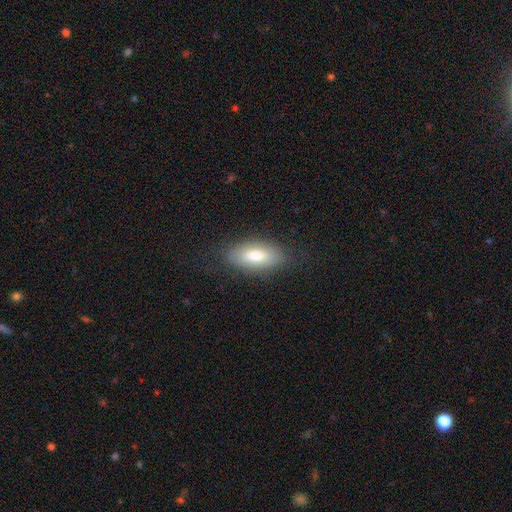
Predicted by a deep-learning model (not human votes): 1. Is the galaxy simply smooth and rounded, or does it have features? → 75% smooth, 18% featured or disk, 7% star or artifact.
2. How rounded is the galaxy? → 85% in between, 12% cigar-shaped, 3% round.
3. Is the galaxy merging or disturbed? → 81% none, 13% minor disturbance, 4% major disturbance, 1% merger.